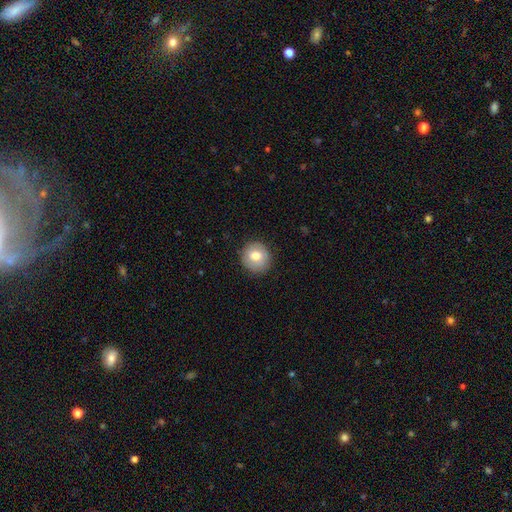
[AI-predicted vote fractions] A smooth galaxy with no disk features (74%) that is round (88%).

Vote fractions:
- Smooth or featured? smooth: 74% / featured or disk: 18% / star or artifact: 8%
- How rounded? round: 88% / in between: 12% / cigar-shaped: 1%
- Merging? none: 86% / minor disturbance: 10% / major disturbance: 3% / merger: 1%